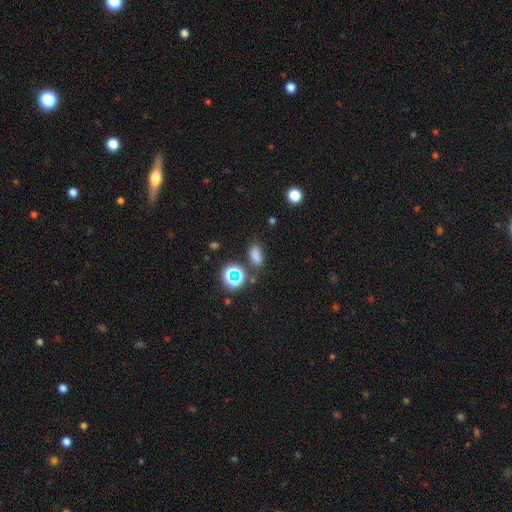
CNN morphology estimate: Overall: smooth (73%). How rounded: in between (81%). Merging: none (74%).